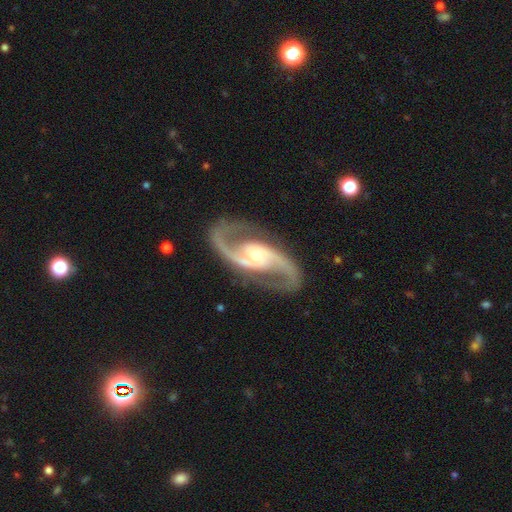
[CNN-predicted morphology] featured or disk 94%, star or artifact 4%, smooth 2%. Down the decision tree: edge-on disk — no (97%); bar — no (41%); spiral arms — yes (98%); spiral arm count — 2 (95%); spiral winding — medium (58%); bulge size — small (56%); merging — none (85%).